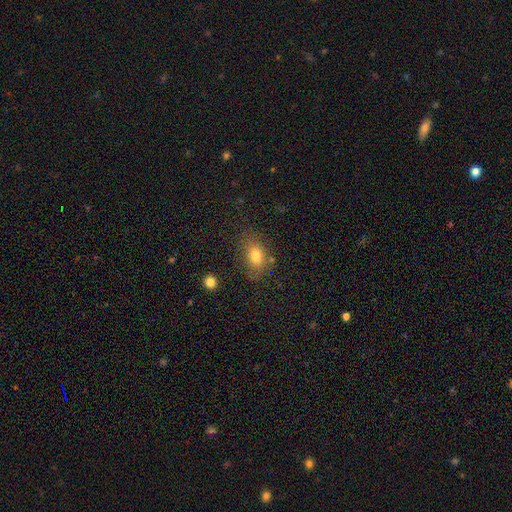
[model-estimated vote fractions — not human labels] The model was most divided on "merging": none: 69%, minor disturbance: 19%, major disturbance: 7%, merger: 5%. More confident: smooth or featured — smooth (76%); how rounded — in between (75%).